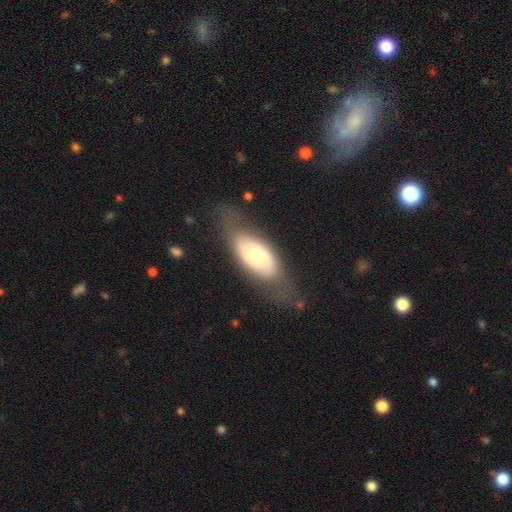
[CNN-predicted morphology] type=smooth (47%, tied with featured or disk); merging=none (57%).